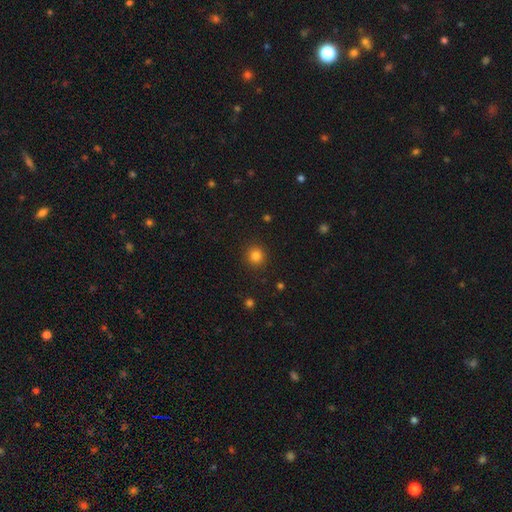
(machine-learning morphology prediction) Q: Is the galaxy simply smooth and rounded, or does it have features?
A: smooth — 83%.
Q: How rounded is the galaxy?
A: round — 92%.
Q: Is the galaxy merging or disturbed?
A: none — 91%.